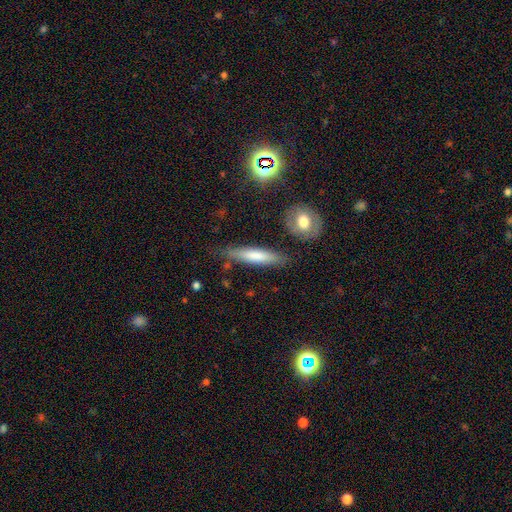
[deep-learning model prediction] smooth_or_featured: smooth (p=0.72) [alt: featured or disk p=0.22]
how_rounded: cigar-shaped (p=0.81) [alt: in between p=0.17]
merging: none (p=0.77) [alt: minor disturbance p=0.15]